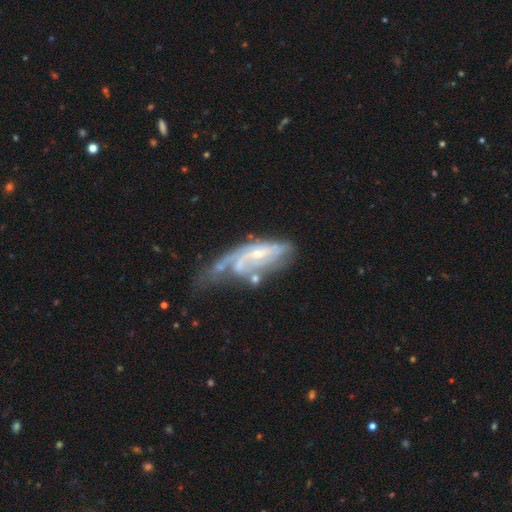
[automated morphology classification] Q: Smooth or featured?
A: featured or disk (77%); runner-up: smooth (16%)
Q: Edge-on disk?
A: no (88%); runner-up: yes (12%)
Q: Bar?
A: no (52%); runner-up: weak (35%)
Q: Spiral arms?
A: yes (83%); runner-up: no (17%)
Q: Spiral winding?
A: medium (38%); runner-up: tight (35%)
Q: Spiral arm count?
A: 2 (39%); runner-up: can't tell (33%)
Q: Bulge size?
A: small (69%); runner-up: moderate (23%)
Q: Merging?
A: none (31%); runner-up: major disturbance (28%)